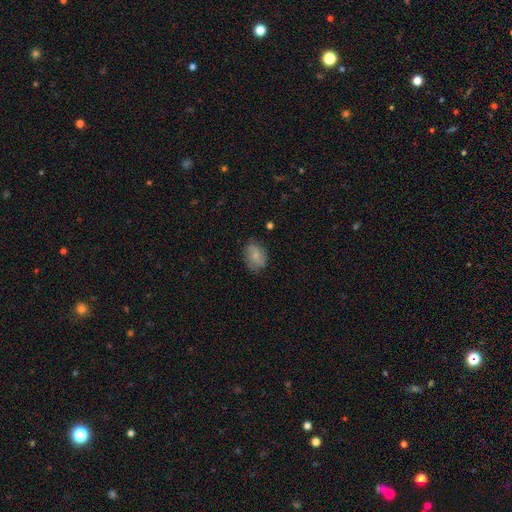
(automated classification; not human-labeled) Morphology: type=smooth (69%); roundness=in between (72%); merging=none (74%).